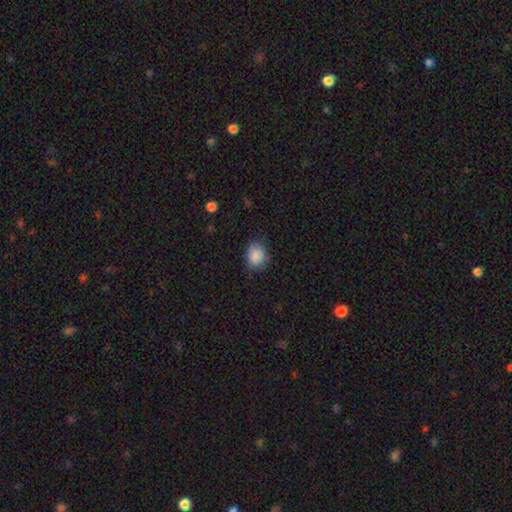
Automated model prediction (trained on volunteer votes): Smooth or featured: smooth — 87% (star or artifact — 8%)
How rounded: round — 51% (in between — 48%)
Merging: none — 73% (minor disturbance — 21%)